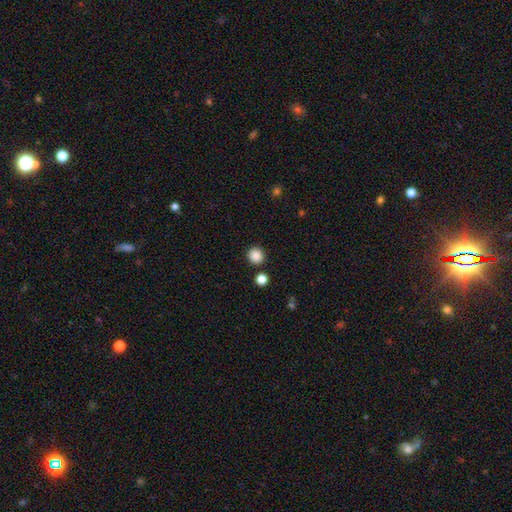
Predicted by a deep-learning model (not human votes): This is clearly a smooth galaxy (87%). How rounded: clearly round (91%). Merging: clearly none (88%).